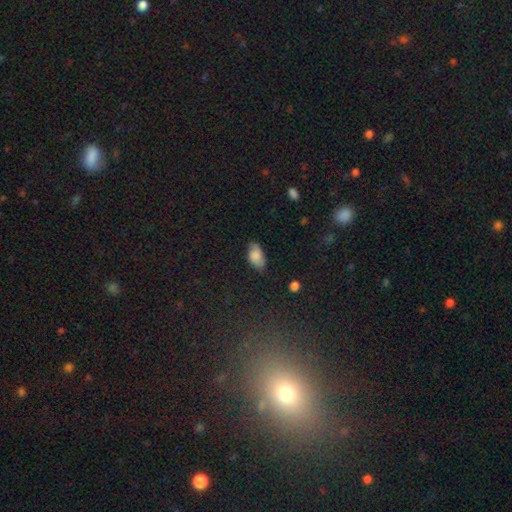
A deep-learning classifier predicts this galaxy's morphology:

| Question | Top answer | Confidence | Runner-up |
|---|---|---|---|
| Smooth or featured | smooth | 79% | featured or disk (13%) |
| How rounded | in between | 93% | round (4%) |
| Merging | none | 70% | minor disturbance (24%) |